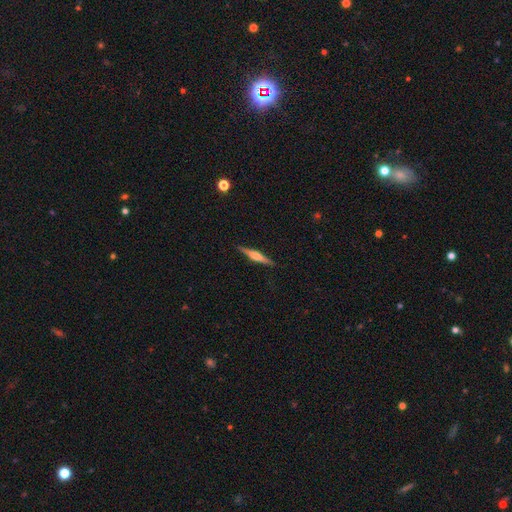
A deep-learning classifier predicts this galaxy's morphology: Smooth or featured?
  - featured or disk: 66% *
  - smooth: 28%
  - star or artifact: 6%
Edge-on disk?
  - yes: 98% *
  - no: 2%
Edge-on bulge?
  - rounded: 78% *
  - boxy: 15%
  - none: 7%
Merging?
  - none: 90% *
  - minor disturbance: 7%
  - major disturbance: 2%
  - merger: 1%